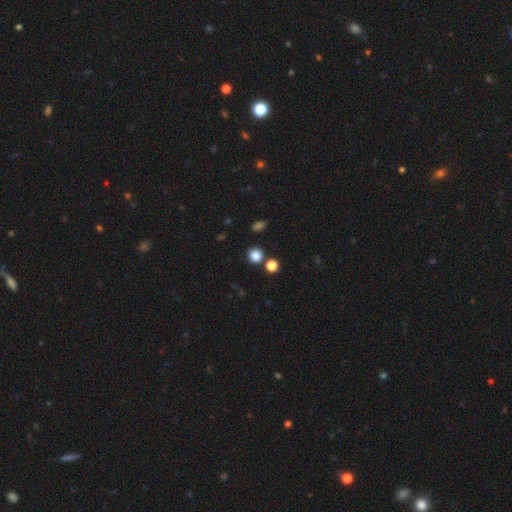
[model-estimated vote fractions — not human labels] A smooth galaxy with no disk features (83%) that is round (89%). Merging: none (80%).